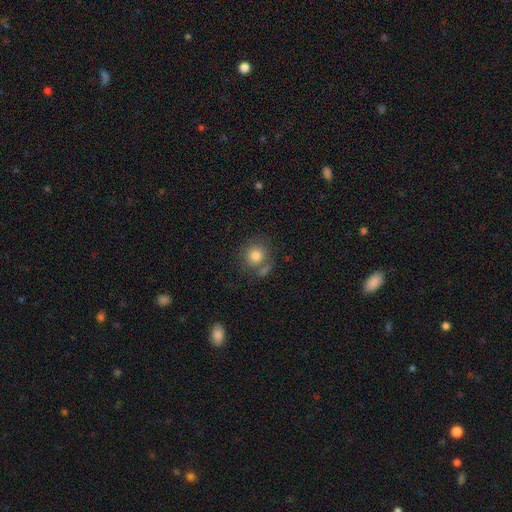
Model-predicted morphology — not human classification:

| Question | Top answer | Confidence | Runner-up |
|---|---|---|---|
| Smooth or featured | smooth | 80% | featured or disk (11%) |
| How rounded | round | 87% | in between (12%) |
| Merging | none | 64% | merger (16%) |